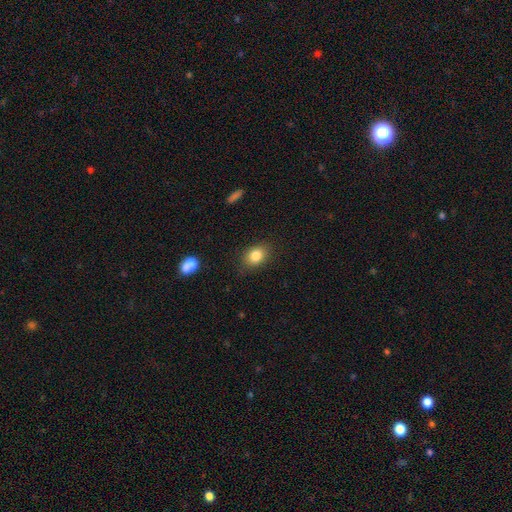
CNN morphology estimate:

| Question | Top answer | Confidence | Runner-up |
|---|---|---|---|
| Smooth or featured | smooth | 83% | star or artifact (9%) |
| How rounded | in between | 61% | round (38%) |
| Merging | none | 82% | minor disturbance (13%) |